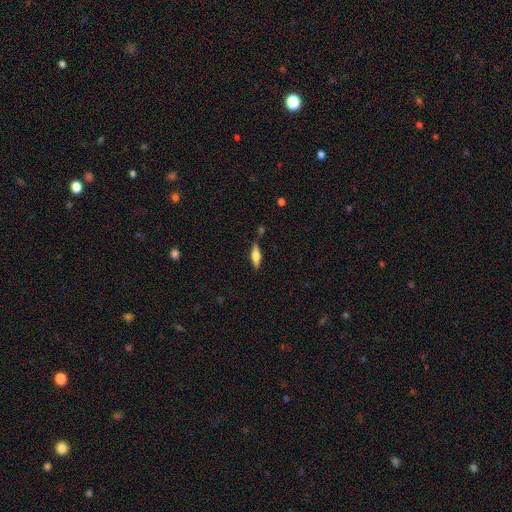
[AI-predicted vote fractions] The model was most divided on "how rounded": cigar-shaped: 58%, in between: 40%, round: 2%. More confident: merging — none (78%); smooth or featured — smooth (56%).